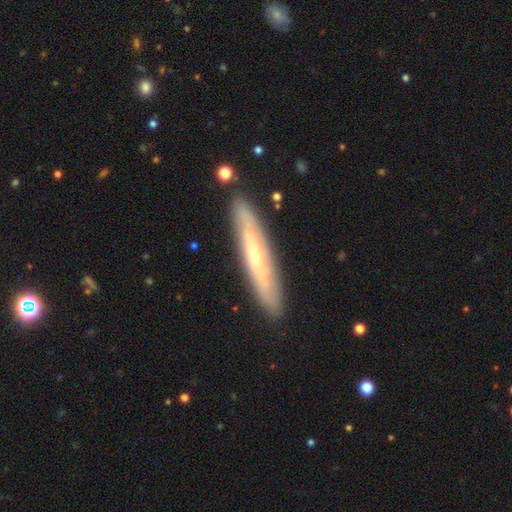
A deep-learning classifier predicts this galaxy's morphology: Smooth or featured: featured or disk — 58% (smooth — 36%)
Edge-on disk: yes — 70% (no — 30%)
Merging: none — 87% (minor disturbance — 10%)